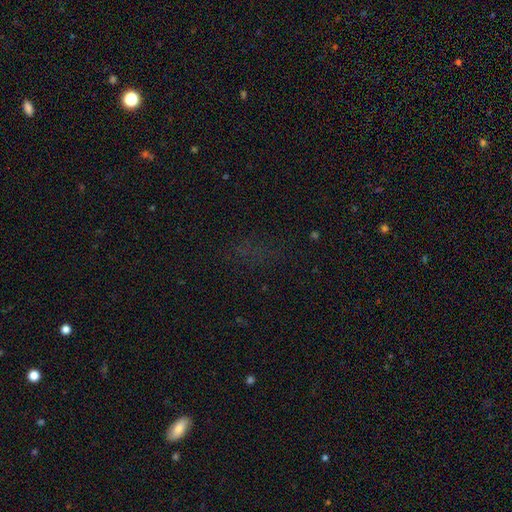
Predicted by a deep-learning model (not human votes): This is likely a star or artifact rather than a galaxy (63%).